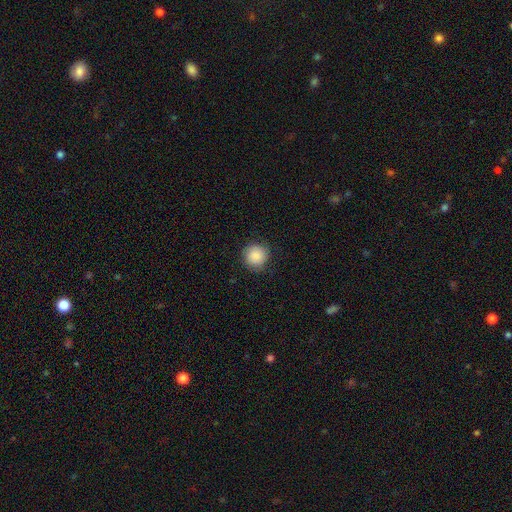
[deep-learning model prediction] The model was most divided on "merging": none: 86%, minor disturbance: 10%, major disturbance: 3%, merger: 1%. More confident: how rounded — round (93%); smooth or featured — smooth (87%).